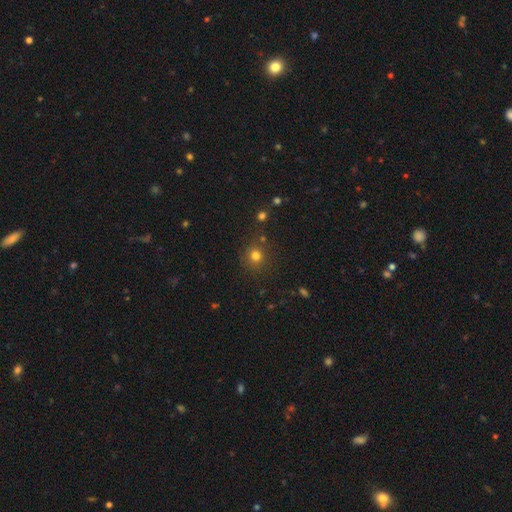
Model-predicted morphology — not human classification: Q: Smooth or featured?
A: smooth (77%); runner-up: star or artifact (17%)
Q: How rounded?
A: round (92%); runner-up: in between (7%)
Q: Merging?
A: none (82%); runner-up: minor disturbance (9%)